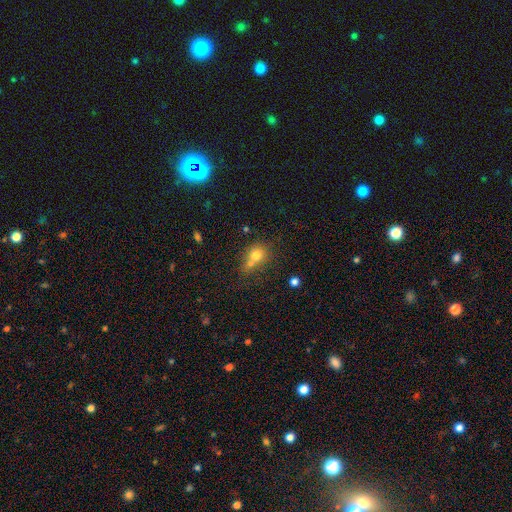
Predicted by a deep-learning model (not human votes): smooth 74%, star or artifact 13%, featured or disk 13%. Down the decision tree: how rounded — round (74%); merging — merger (44%).